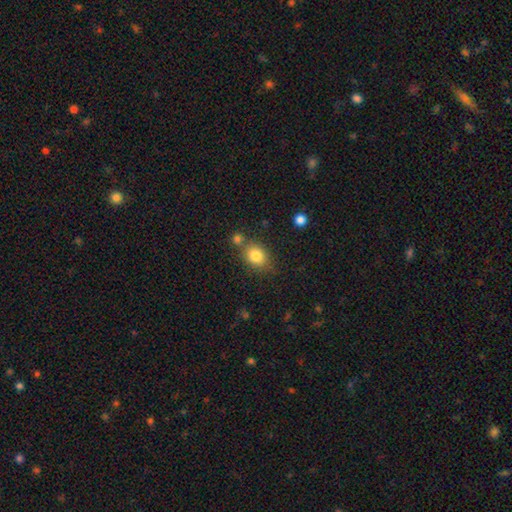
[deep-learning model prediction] This is clearly a smooth galaxy (82%). How rounded: possibly in between (53%). Merging: likely none (65%).